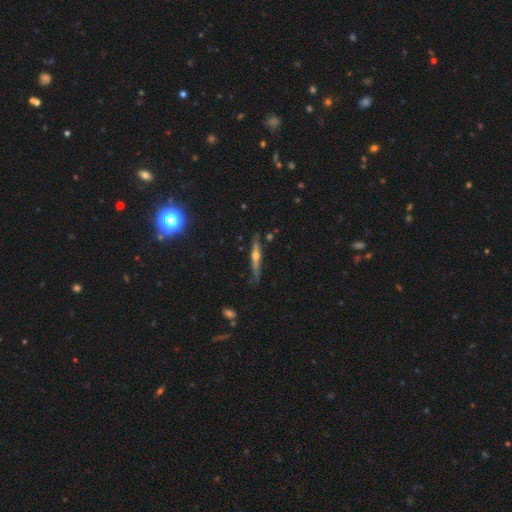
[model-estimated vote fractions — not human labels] A featured or disk galaxy (66%) viewed edge-on (95%) with a rounded central bulge (86%).

Vote fractions:
- Smooth or featured? featured or disk: 66% / smooth: 27% / star or artifact: 7%
- Edge-on disk? yes: 95% / no: 5%
- Edge-on bulge? rounded: 86% / none: 10% / boxy: 4%
- Merging? none: 78% / minor disturbance: 16% / major disturbance: 3% / merger: 3%